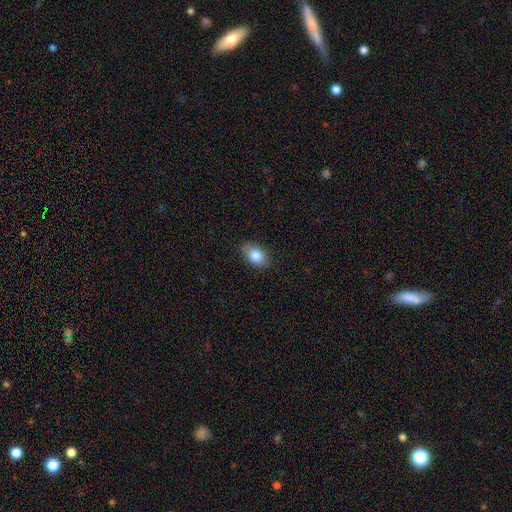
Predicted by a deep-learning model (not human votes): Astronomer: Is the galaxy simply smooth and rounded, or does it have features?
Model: smooth — 82%.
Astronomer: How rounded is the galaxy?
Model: in between — 87%.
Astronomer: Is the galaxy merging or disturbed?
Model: none — 84%.